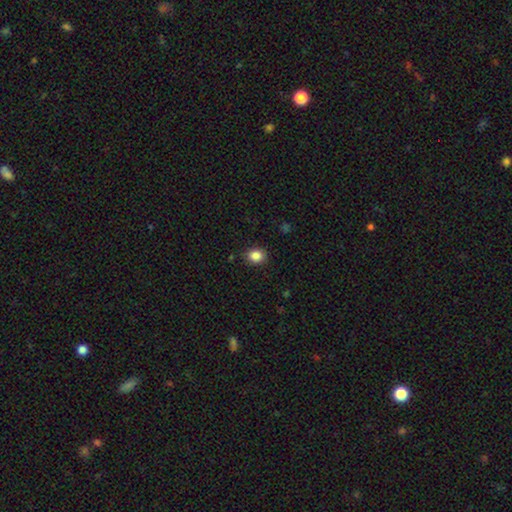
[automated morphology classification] Smooth or featured: smooth — 86% (star or artifact — 10%)
How rounded: round — 55% (in between — 44%)
Merging: none — 87% (minor disturbance — 10%)